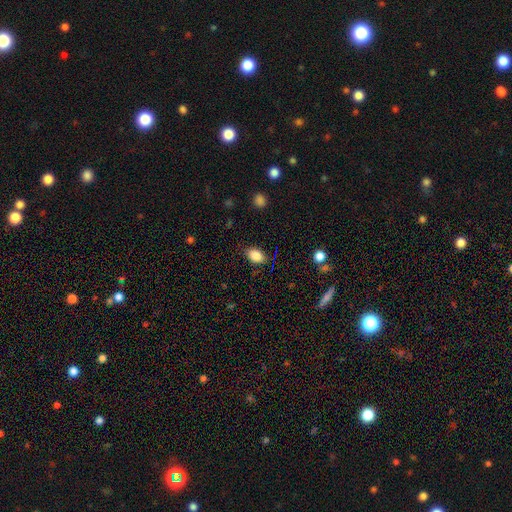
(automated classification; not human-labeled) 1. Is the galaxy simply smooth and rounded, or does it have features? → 85% smooth, 9% star or artifact, 7% featured or disk.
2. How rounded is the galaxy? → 82% in between, 17% round, 1% cigar-shaped.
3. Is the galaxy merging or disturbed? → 81% none, 15% minor disturbance, 3% major disturbance, 1% merger.